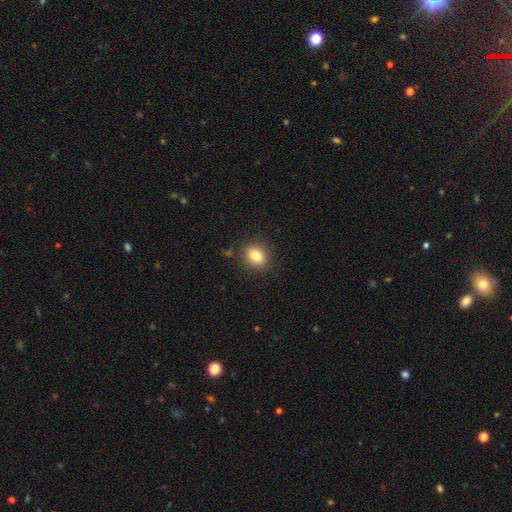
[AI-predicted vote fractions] Smooth or featured?
  - smooth: 82% *
  - star or artifact: 10%
  - featured or disk: 8%
How rounded?
  - in between: 50% *
  - round: 48%
  - cigar-shaped: 1%
Merging?
  - none: 87% *
  - minor disturbance: 9%
  - major disturbance: 3%
  - merger: 2%